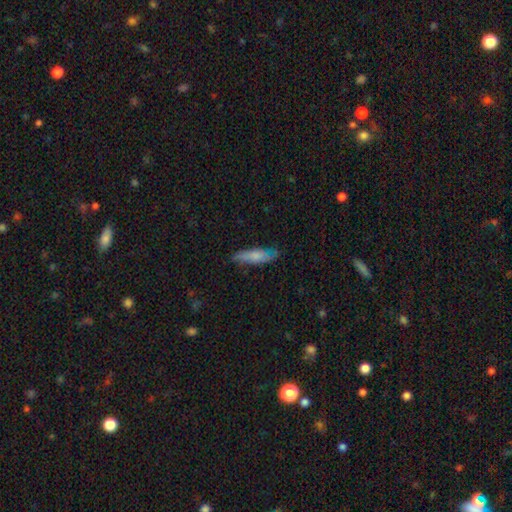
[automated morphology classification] smooth-or-featured: smooth: 67% | featured or disk: 26% | star or artifact: 6%
  how-rounded: cigar-shaped: 67% | in between: 31% | round: 2%
  merging: none: 73% | minor disturbance: 21% | major disturbance: 4% | merger: 2%